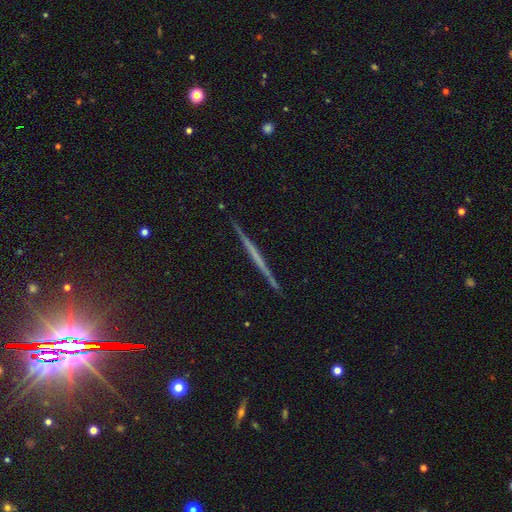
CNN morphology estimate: Overall: featured or disk (62%; smooth 28%). Edge-on disk: yes (98%). Edge-on bulge: none (88%). Merging: none (92%).